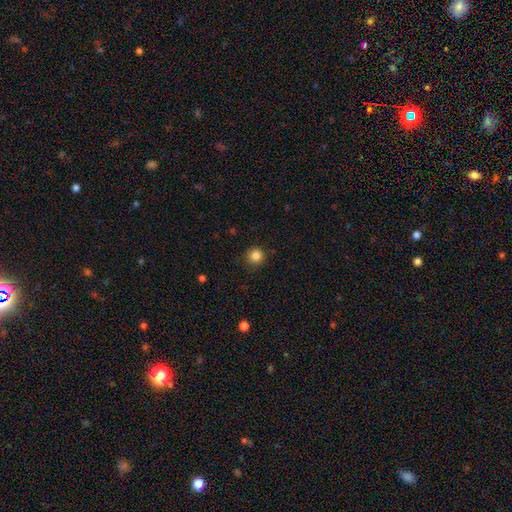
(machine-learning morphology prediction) A smooth galaxy with no disk features (85%) that is round (93%).

Vote fractions:
- Smooth or featured? smooth: 85% / star or artifact: 11% / featured or disk: 4%
- How rounded? round: 93% / in between: 6% / cigar-shaped: 1%
- Merging? none: 88% / minor disturbance: 9% / major disturbance: 2% / merger: 1%